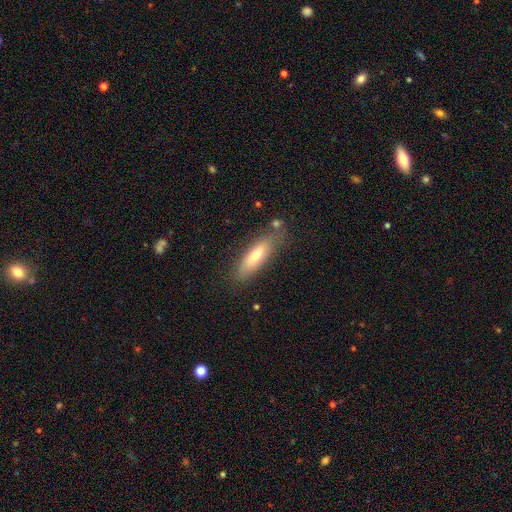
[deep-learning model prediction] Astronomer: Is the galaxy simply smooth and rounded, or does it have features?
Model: smooth — 70%.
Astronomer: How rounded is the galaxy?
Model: cigar-shaped — 57% (runner-up: in between, 41%).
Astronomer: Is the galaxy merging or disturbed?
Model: none — 77%.